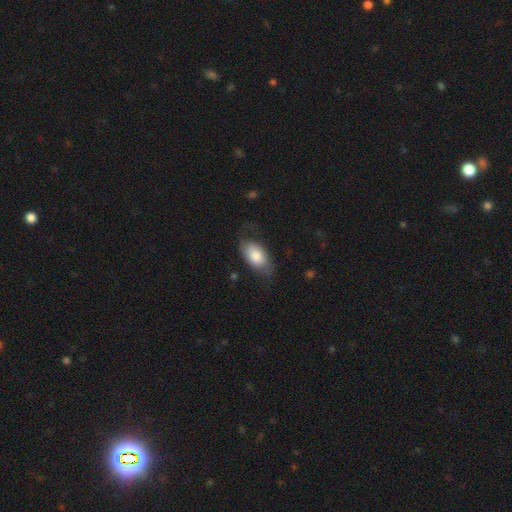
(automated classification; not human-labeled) This is likely a smooth galaxy (70%). How rounded: clearly in between (93%). Merging: likely none (61%).